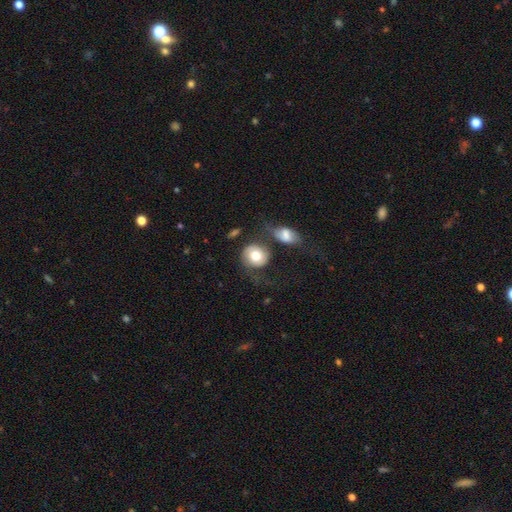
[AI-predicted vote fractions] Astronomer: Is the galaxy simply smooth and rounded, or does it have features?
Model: smooth — 69%.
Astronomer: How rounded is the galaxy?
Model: round — 82%.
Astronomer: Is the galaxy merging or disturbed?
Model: none — 42% (runner-up: merger, 21%).